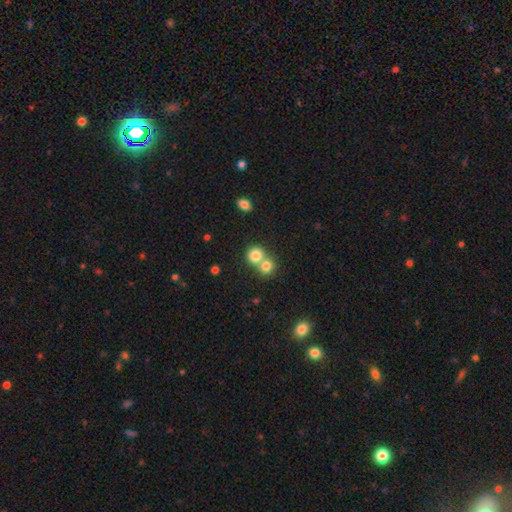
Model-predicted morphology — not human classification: Smooth or featured? Predicted: smooth (p=0.81). How rounded? Predicted: round (p=0.83). Merging? Predicted: merger (p=0.52).